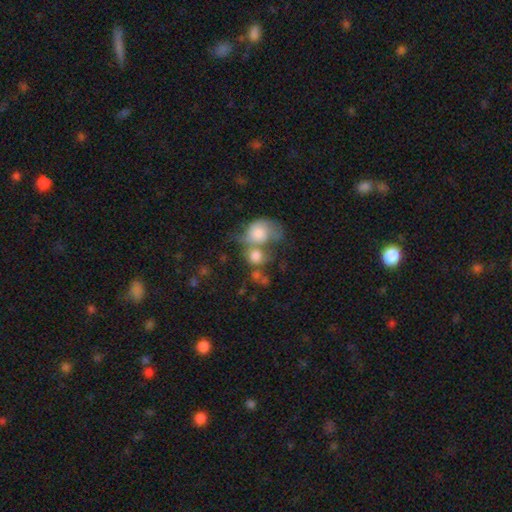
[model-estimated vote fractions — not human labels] smooth-or-featured: smooth: 74% | featured or disk: 17% | star or artifact: 9%
  how-rounded: round: 63% | in between: 36% | cigar-shaped: 1%
  merging: merger: 61% | none: 20% | major disturbance: 10% | minor disturbance: 9%